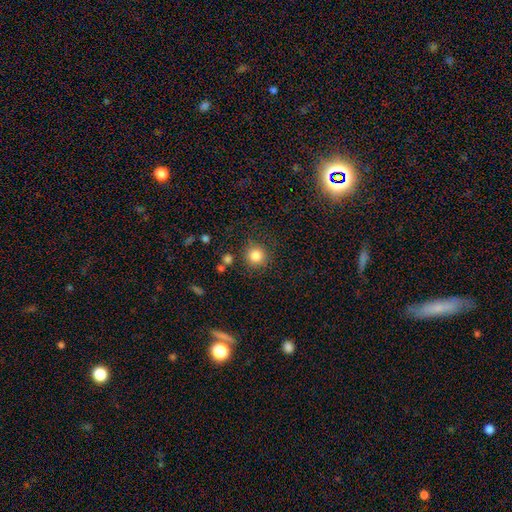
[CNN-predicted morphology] This appears to be a smooth galaxy with no disk features (84%) that is round (93%). Merging: none (85%).